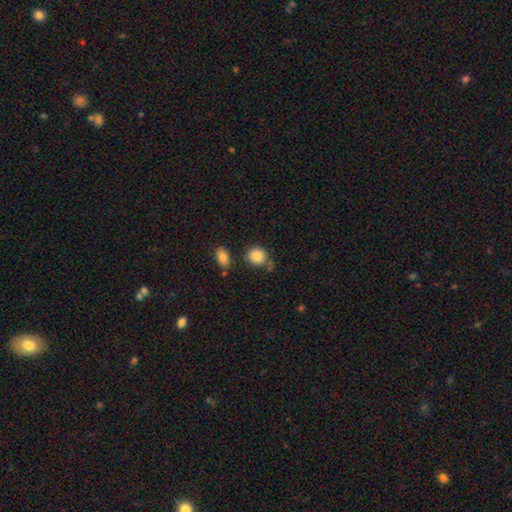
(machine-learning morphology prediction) Smooth or featured?
  - smooth: 87% *
  - star or artifact: 8%
  - featured or disk: 5%
How rounded?
  - round: 79% *
  - in between: 20%
  - cigar-shaped: 1%
Merging?
  - none: 68% *
  - minor disturbance: 17%
  - merger: 10%
  - major disturbance: 5%